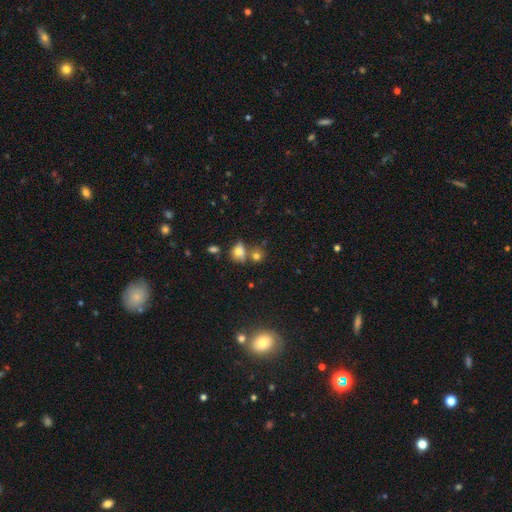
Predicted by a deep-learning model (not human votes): The model was most divided on "merging": none: 56%, merger: 27%, minor disturbance: 12%, major disturbance: 5%. More confident: how rounded — round (69%); smooth or featured — smooth (64%).